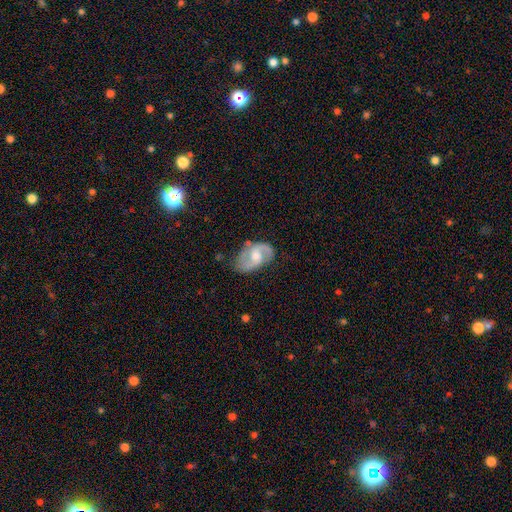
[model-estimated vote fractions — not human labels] A featured or disk galaxy (82%) with a weak bar (47%), 2 (88%) medium (52%) spiral arms (95%) and a moderate central bulge (60%).

Vote fractions:
- Smooth or featured? featured or disk: 82% / smooth: 13% / star or artifact: 5%
- Edge-on disk? no: 97% / yes: 3%
- Bar? weak: 47% / no: 44% / strong: 9%
- Spiral arms? yes: 95% / no: 5%
- Spiral winding? medium: 52% / loose: 31% / tight: 17%
- Spiral arm count? 2: 88% / can't tell: 5% / 1: 4% / 3: 1% / 4: 1% / more than 4: 1%
- Bulge size? moderate: 60% / small: 24% / large: 9% / none: 5% / dominant: 1%
- Merging? none: 67% / minor disturbance: 23% / major disturbance: 9% / merger: 2%